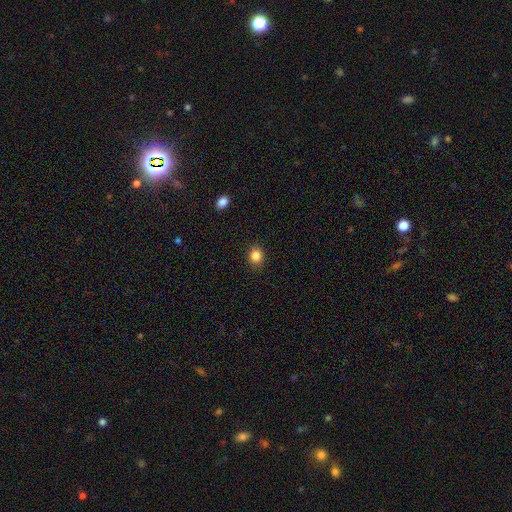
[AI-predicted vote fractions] The model was most divided on "how rounded": round: 66%, in between: 33%, cigar-shaped: 1%. More confident: merging — none (90%); smooth or featured — smooth (85%).